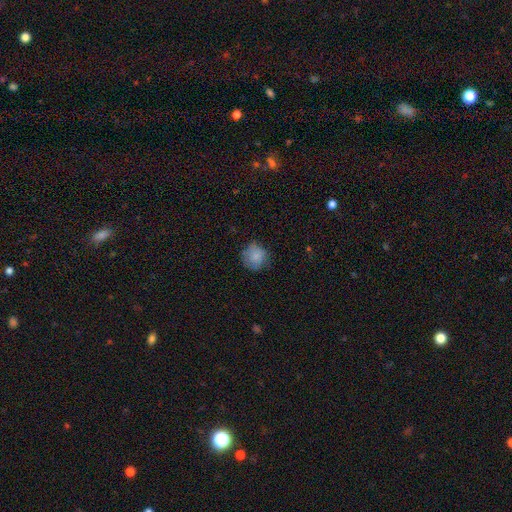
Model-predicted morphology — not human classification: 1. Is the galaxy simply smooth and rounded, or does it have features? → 82% smooth, 10% featured or disk, 8% star or artifact.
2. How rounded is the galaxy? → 88% round, 11% in between, 1% cigar-shaped.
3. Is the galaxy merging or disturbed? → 72% none, 21% minor disturbance, 5% major disturbance, 1% merger.